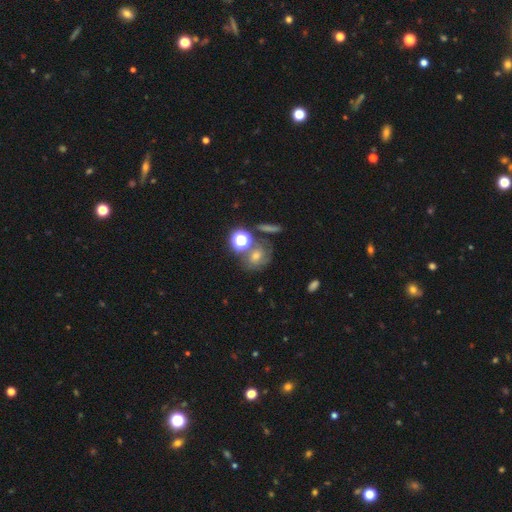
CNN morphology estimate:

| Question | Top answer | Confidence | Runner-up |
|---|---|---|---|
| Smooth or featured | star or artifact | 36% | smooth (35%) |